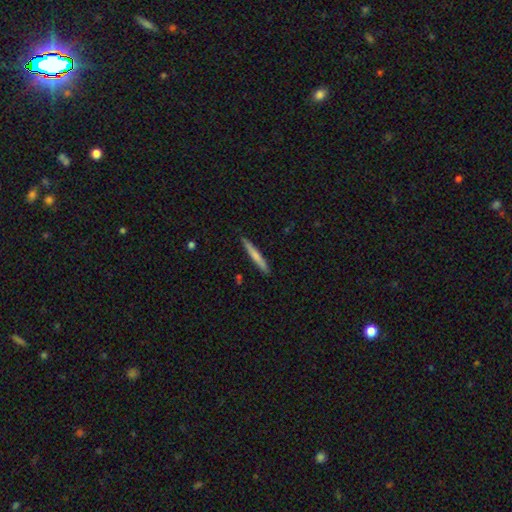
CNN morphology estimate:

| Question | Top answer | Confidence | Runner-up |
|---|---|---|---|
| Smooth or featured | smooth | 67% | featured or disk (28%) |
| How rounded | cigar-shaped | 95% | in between (3%) |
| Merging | none | 86% | minor disturbance (11%) |